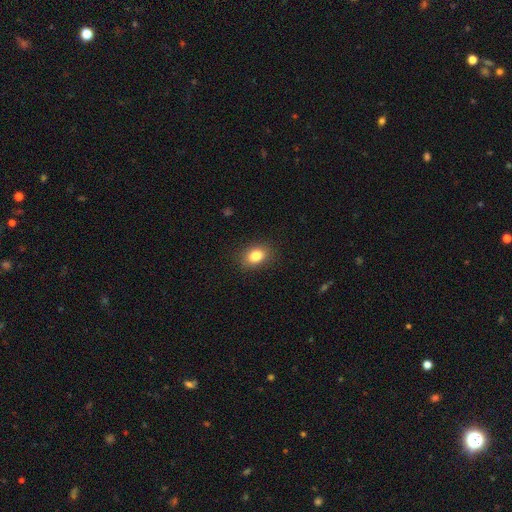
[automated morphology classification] Smooth or featured: smooth — 83% (star or artifact — 10%)
How rounded: in between — 67% (round — 32%)
Merging: none — 87% (minor disturbance — 9%)